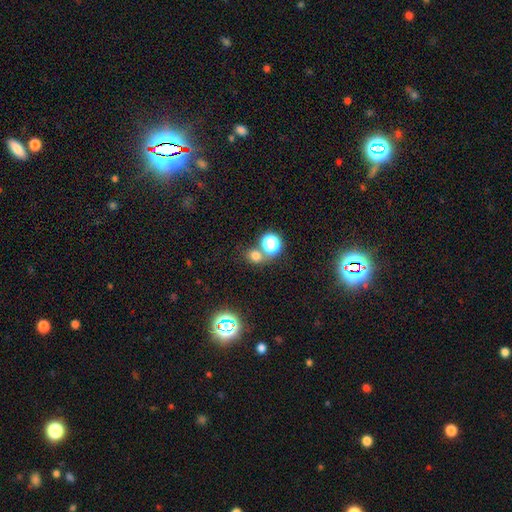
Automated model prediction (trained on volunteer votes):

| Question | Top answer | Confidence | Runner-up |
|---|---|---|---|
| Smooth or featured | smooth | 68% | star or artifact (23%) |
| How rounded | round | 68% | in between (31%) |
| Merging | none | 58% | merger (29%) |